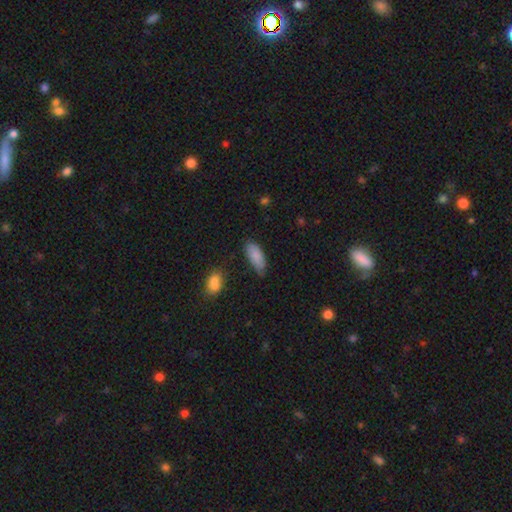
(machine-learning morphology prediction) Smooth or featured? Predicted: smooth (p=0.86). How rounded? Predicted: in between (p=0.83). Merging? Predicted: none (p=0.67).